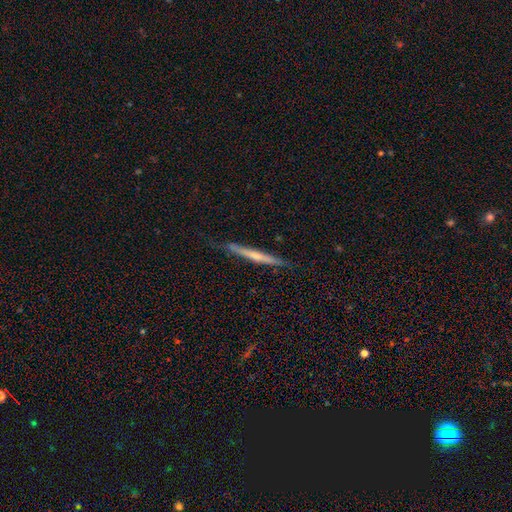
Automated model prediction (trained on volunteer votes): Smooth or featured? Predicted: featured or disk (p=0.58). Edge-on disk? Predicted: yes (p=0.97). Edge-on bulge? Predicted: none (p=0.51). Merging? Predicted: none (p=0.80).